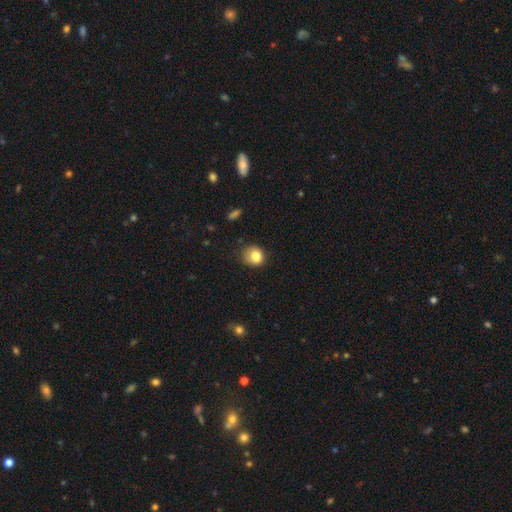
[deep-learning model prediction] Smooth or featured? Predicted: smooth (p=0.81). How rounded? Predicted: round (p=0.71). Merging? Predicted: none (p=0.62).